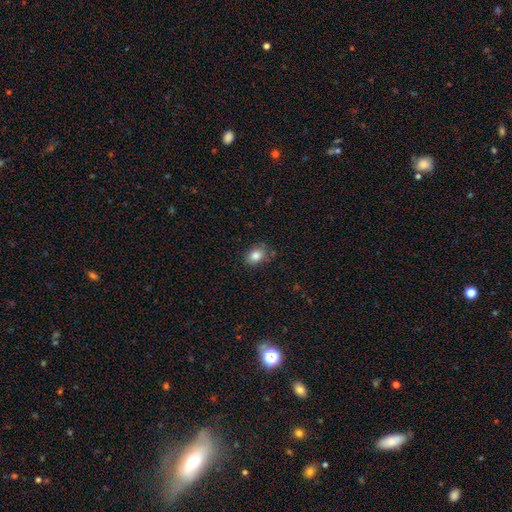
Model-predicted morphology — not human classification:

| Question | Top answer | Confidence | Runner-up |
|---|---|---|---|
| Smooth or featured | smooth | 84% | star or artifact (9%) |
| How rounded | in between | 69% | round (30%) |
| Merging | none | 80% | minor disturbance (15%) |